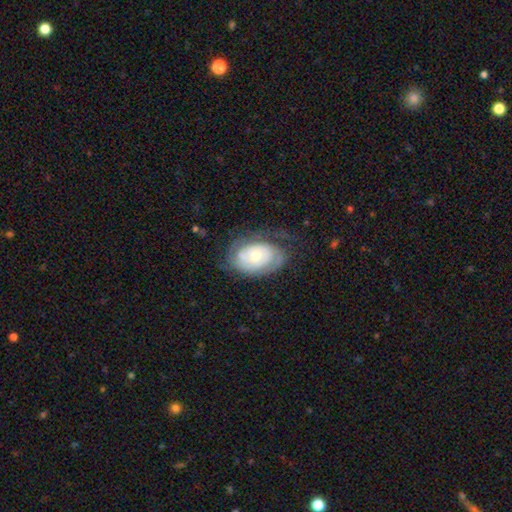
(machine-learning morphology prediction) Smooth or featured: featured or disk — 71% (smooth — 23%)
Edge-on disk: no — 95% (yes — 5%)
Bar: no — 82% (weak — 15%)
Spiral arms: yes — 75% (no — 25%)
Spiral winding: tight — 69% (medium — 21%)
Spiral arm count: can't tell — 47% (2 — 30%)
Bulge size: moderate — 56% (small — 38%)
Merging: none — 62% (minor disturbance — 23%)